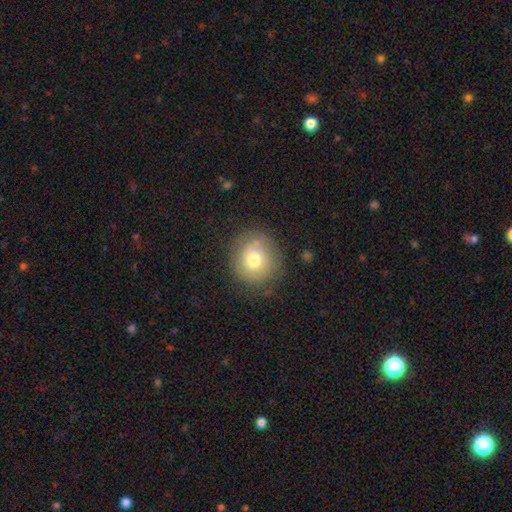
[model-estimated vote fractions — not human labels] Q: Smooth or featured?
A: smooth (61%); runner-up: featured or disk (30%)
Q: How rounded?
A: round (87%); runner-up: in between (12%)
Q: Merging?
A: none (77%); runner-up: minor disturbance (15%)